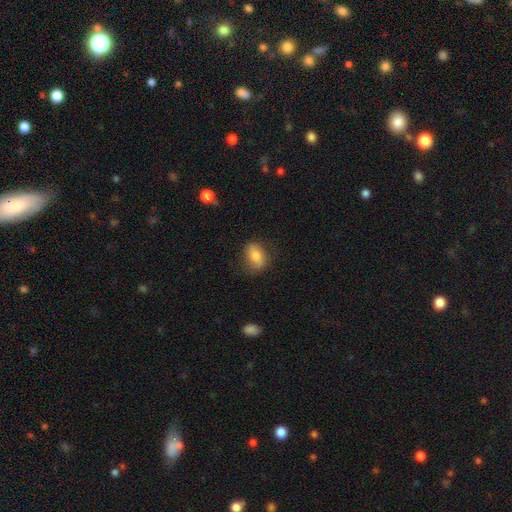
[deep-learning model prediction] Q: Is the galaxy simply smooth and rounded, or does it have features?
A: smooth — 77%.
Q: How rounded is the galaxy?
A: in between — 79%.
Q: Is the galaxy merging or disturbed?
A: none — 76%.